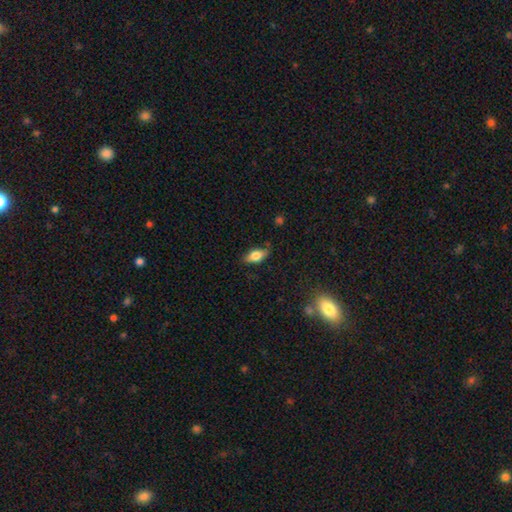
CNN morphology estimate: The model was most divided on "smooth or featured": smooth: 69%, featured or disk: 23%, star or artifact: 8%. More confident: how rounded — in between (83%); merging — none (81%).